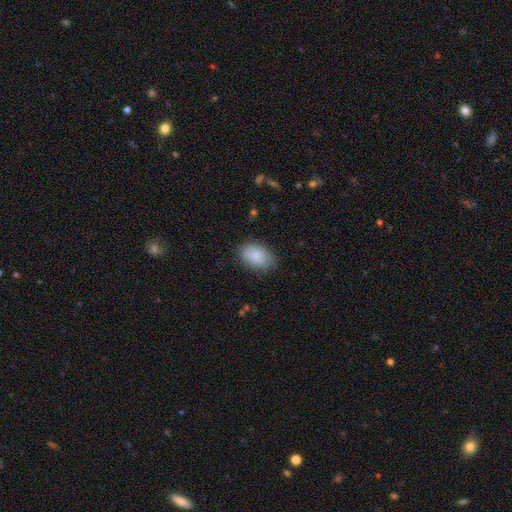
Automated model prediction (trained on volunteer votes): This is clearly a smooth galaxy (85%). How rounded: clearly in between (90%). Merging: clearly none (80%).